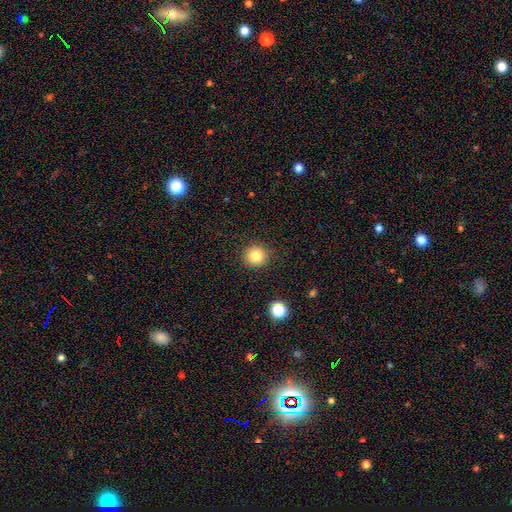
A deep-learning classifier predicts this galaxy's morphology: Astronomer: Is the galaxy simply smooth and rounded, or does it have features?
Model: smooth — 83%.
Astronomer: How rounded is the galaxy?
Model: round — 93%.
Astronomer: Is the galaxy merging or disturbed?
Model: none — 90%.